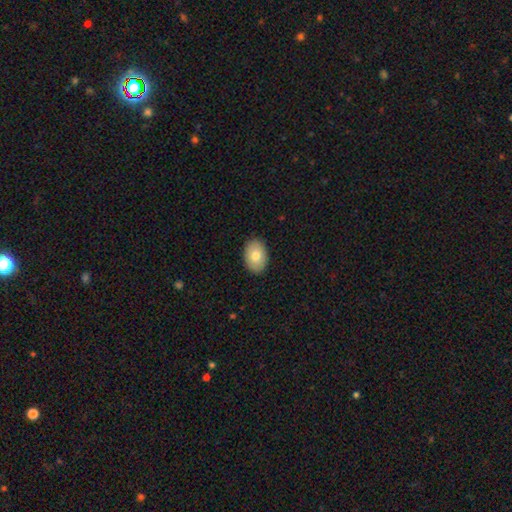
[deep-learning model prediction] Q: Smooth or featured?
A: smooth (77%); runner-up: featured or disk (16%)
Q: How rounded?
A: in between (84%); runner-up: round (15%)
Q: Merging?
A: none (89%); runner-up: minor disturbance (8%)